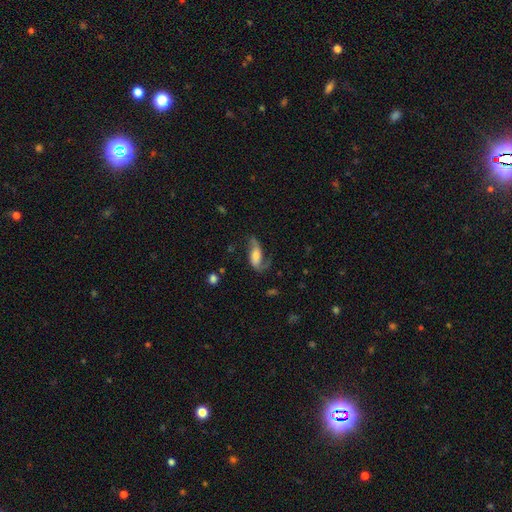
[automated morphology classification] This appears to be a featured or disk galaxy (61%) with no bar (48%), spiral arms (89%) and a moderate central bulge (31%). Merging: none (49%).